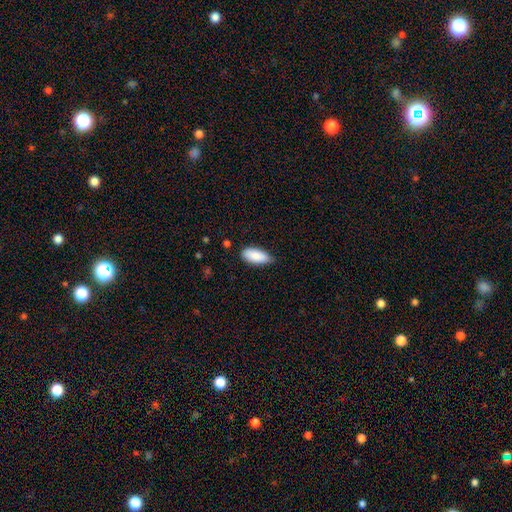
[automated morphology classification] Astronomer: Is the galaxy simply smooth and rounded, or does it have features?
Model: smooth — 88%.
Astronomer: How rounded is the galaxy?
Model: in between — 86%.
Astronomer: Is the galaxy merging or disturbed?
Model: none — 74%.